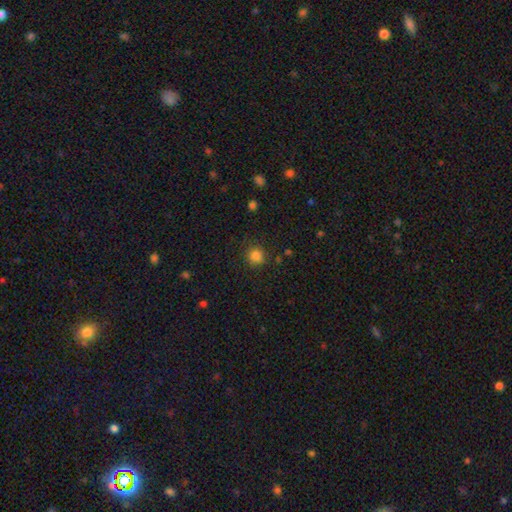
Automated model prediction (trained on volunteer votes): Smooth or featured: smooth — 83% (star or artifact — 13%)
How rounded: round — 92% (in between — 7%)
Merging: none — 87% (minor disturbance — 8%)